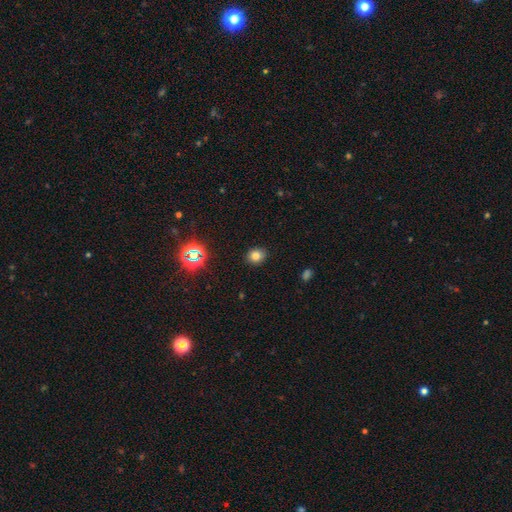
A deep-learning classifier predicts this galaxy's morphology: Smooth or featured? Predicted: smooth (p=0.78). How rounded? Predicted: round (p=0.60). Merging? Predicted: none (p=0.89).